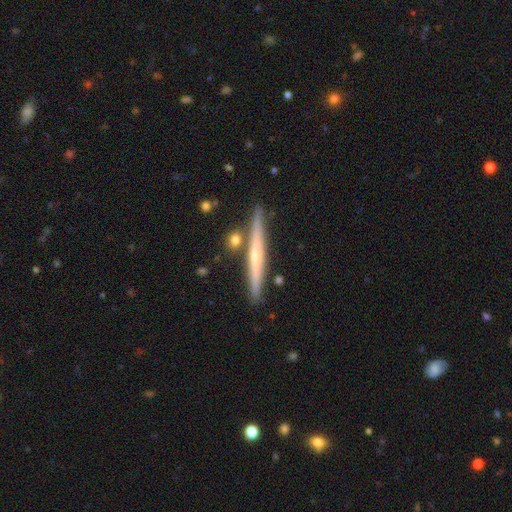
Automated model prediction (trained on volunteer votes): smooth-or-featured: featured or disk: 57% | smooth: 37% | star or artifact: 6%
  disk-edge-on: yes: 97% | no: 3%
    edge-on-bulge: none: 59% | rounded: 35% | boxy: 7%
  merging: none: 84% | minor disturbance: 8% | merger: 6% | major disturbance: 2%